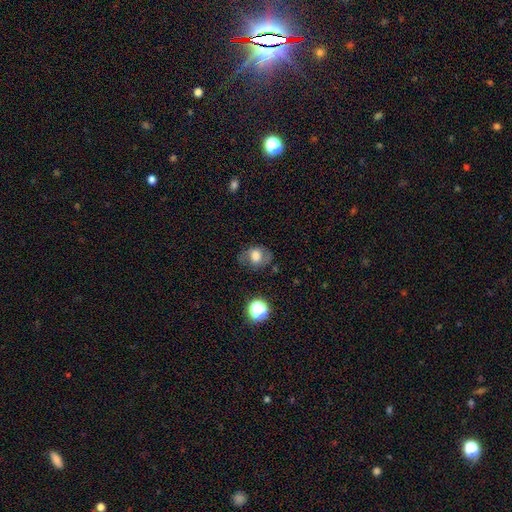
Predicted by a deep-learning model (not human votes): A smooth galaxy with no disk features (66%) that is in between round and cigar-shaped (51%). Merging: none (64%).